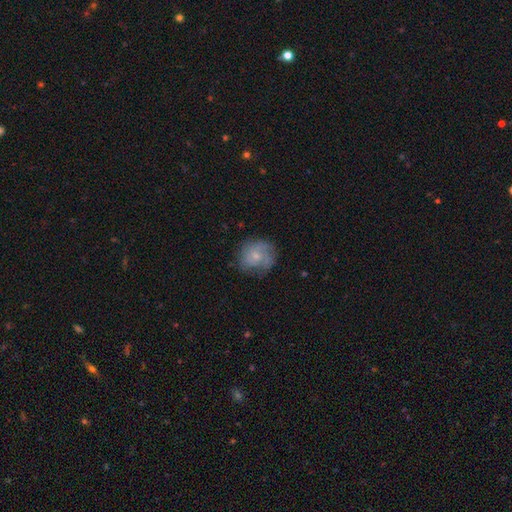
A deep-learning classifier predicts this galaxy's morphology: featured or disk 53%, smooth 39%, star or artifact 8%. Down the decision tree: edge-on disk — no (98%); bar — no (78%); spiral arms — yes (79%); bulge size — small (65%); merging — none (68%).